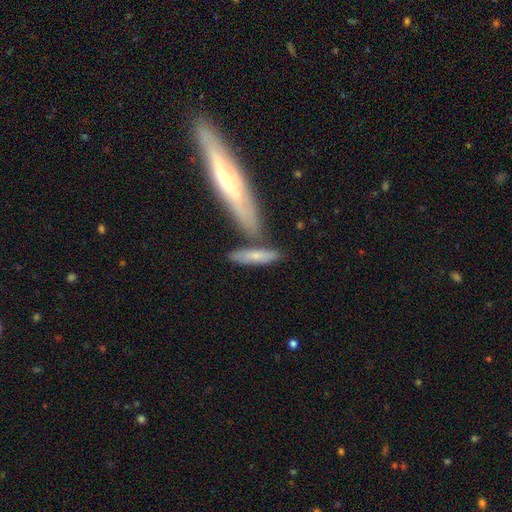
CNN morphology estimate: This is likely a smooth galaxy (64%). How rounded: likely cigar-shaped (71%). Merging: possibly none (56%).